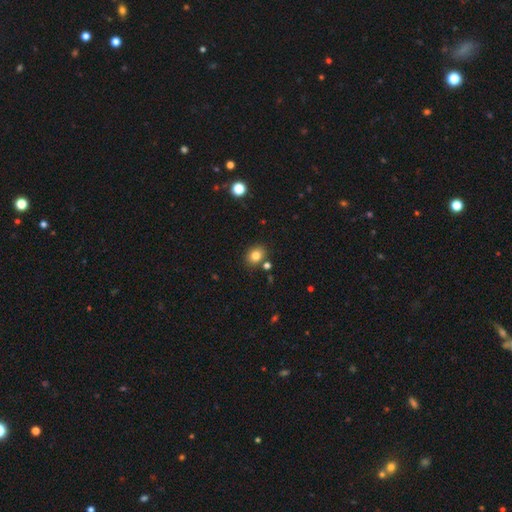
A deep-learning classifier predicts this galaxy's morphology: The model was most divided on "how rounded": round: 56%, in between: 44%, cigar-shaped: 1%. More confident: merging — none (82%); smooth or featured — smooth (81%).